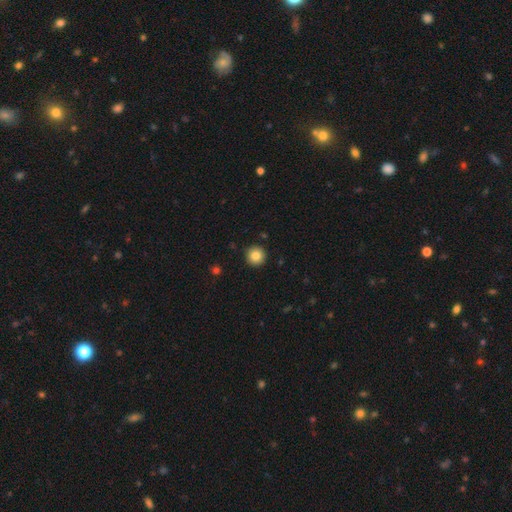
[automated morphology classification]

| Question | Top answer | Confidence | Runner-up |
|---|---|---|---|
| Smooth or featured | smooth | 84% | star or artifact (10%) |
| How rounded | round | 96% | in between (3%) |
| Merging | none | 92% | minor disturbance (5%) |